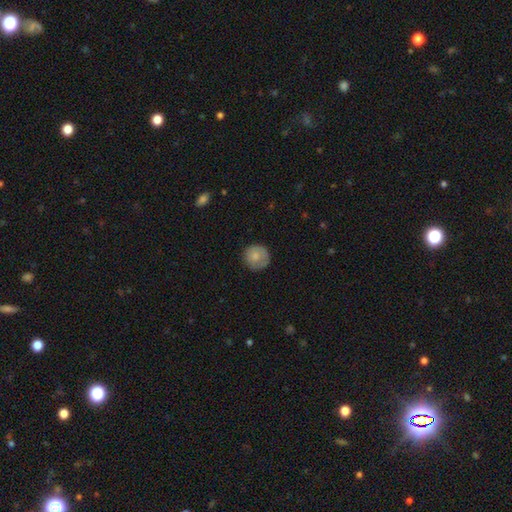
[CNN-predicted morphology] Smooth or featured? smooth (78%)
How rounded? round (93%)
Merging? none (78%)